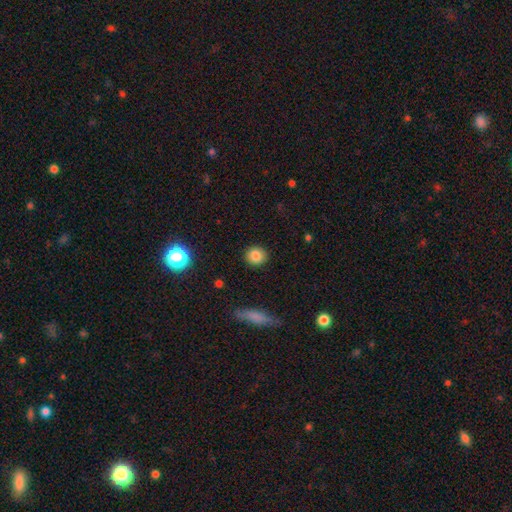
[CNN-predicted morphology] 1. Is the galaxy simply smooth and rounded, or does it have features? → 83% smooth, 10% star or artifact, 6% featured or disk.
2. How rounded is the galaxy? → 88% round, 11% in between, 1% cigar-shaped.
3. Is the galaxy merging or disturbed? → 91% none, 6% minor disturbance, 2% major disturbance, 1% merger.